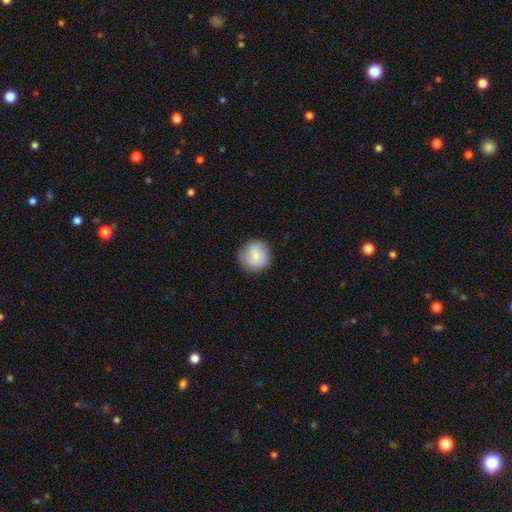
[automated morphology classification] Smooth or featured: smooth — 80% (featured or disk — 14%)
How rounded: round — 94% (in between — 5%)
Merging: none — 88% (minor disturbance — 9%)